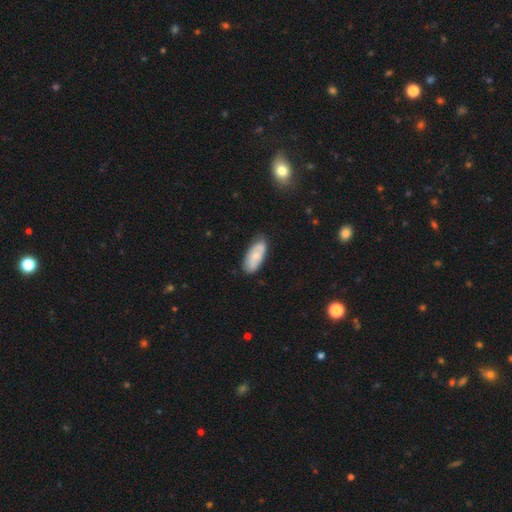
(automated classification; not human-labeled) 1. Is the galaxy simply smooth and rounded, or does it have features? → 66% smooth, 28% featured or disk, 6% star or artifact.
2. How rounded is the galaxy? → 83% in between, 15% cigar-shaped, 2% round.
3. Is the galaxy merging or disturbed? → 74% none, 20% minor disturbance, 4% major disturbance, 2% merger.